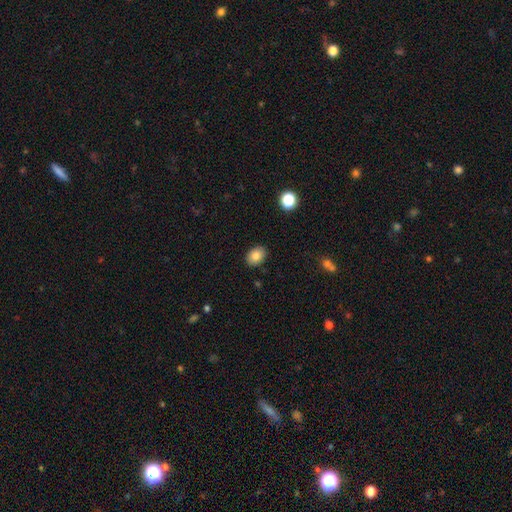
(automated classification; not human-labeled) smooth 84%, star or artifact 9%, featured or disk 8%. Down the decision tree: how rounded — in between (76%); merging — none (88%).